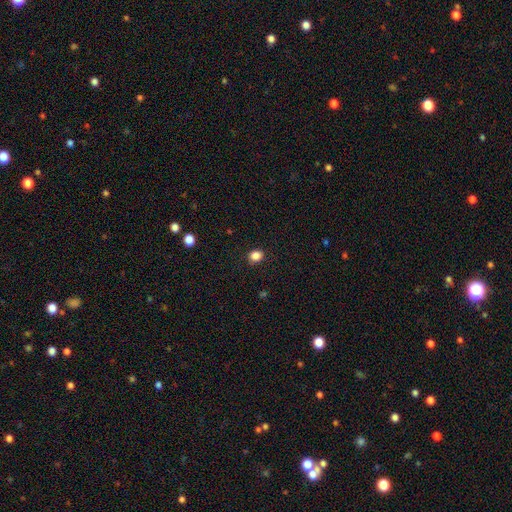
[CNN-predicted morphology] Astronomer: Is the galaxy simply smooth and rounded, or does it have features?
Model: smooth — 86%.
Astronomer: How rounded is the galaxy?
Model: round — 60% (runner-up: in between, 39%).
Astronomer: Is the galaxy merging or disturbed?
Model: none — 87%.